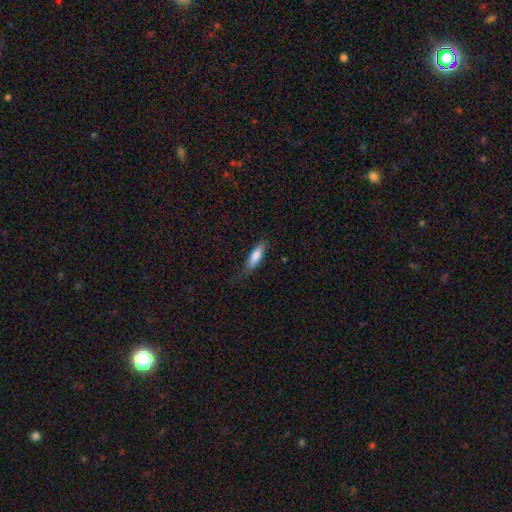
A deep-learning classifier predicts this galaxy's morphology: Smooth or featured?
  - smooth: 77% *
  - featured or disk: 16%
  - star or artifact: 6%
How rounded?
  - in between: 49% * (tied)
  - cigar-shaped: 49% * (tied)
  - round: 2%
Merging?
  - none: 70% *
  - minor disturbance: 22%
  - major disturbance: 6%
  - merger: 1%